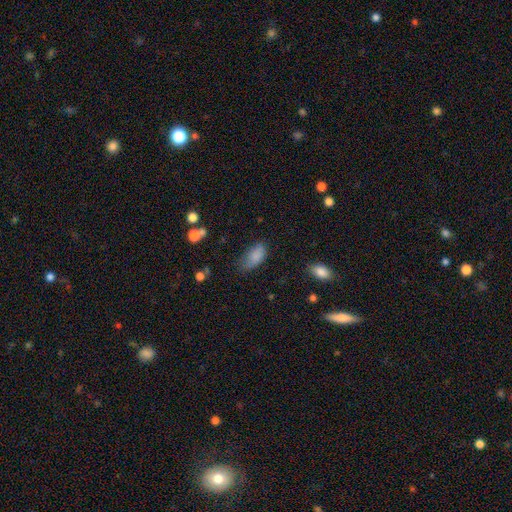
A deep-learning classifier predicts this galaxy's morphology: Smooth or featured: smooth — 85% (star or artifact — 9%)
How rounded: in between — 90% (cigar-shaped — 7%)
Merging: none — 57% (minor disturbance — 31%)